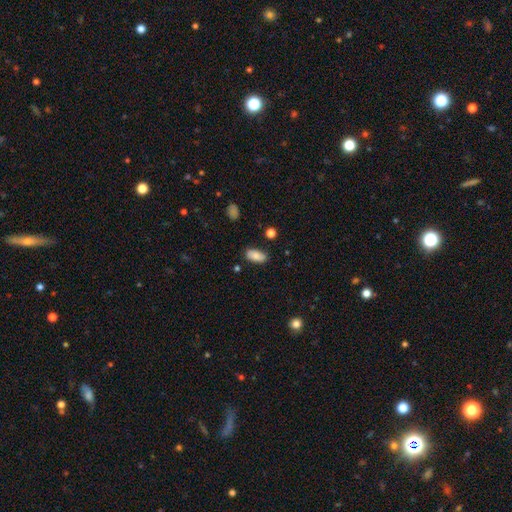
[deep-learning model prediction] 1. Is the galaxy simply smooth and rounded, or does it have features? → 84% smooth, 9% featured or disk, 8% star or artifact.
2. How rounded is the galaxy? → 92% in between, 5% cigar-shaped, 3% round.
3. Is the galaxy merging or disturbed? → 81% none, 14% minor disturbance, 3% major disturbance, 2% merger.